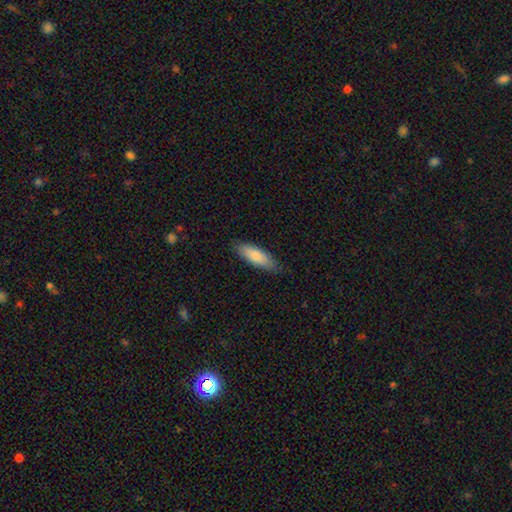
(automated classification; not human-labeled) A smooth galaxy with no disk features (82%) that is in between round and cigar-shaped (56%). Merging: none (84%).